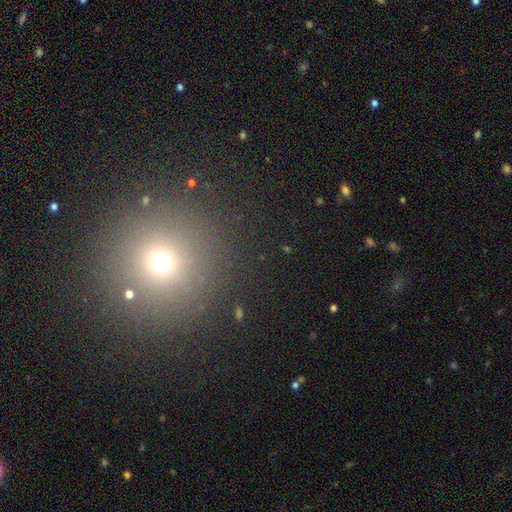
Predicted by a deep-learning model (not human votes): A smooth galaxy with no disk features (58%) that is round (95%). Merging: none (89%).